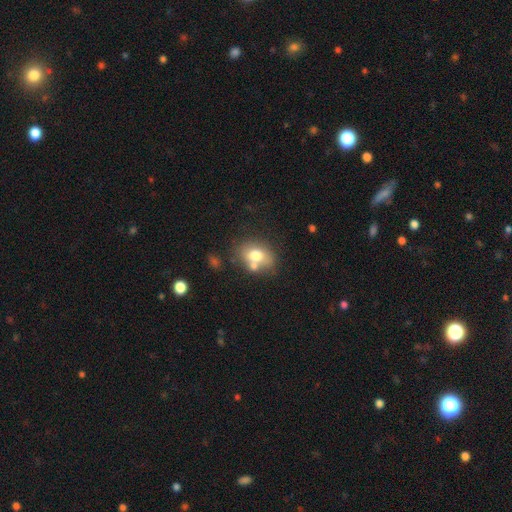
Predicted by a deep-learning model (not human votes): Smooth or featured? Predicted: smooth (p=0.70). How rounded? Predicted: in between (p=0.62). Merging? Predicted: none (p=0.50).